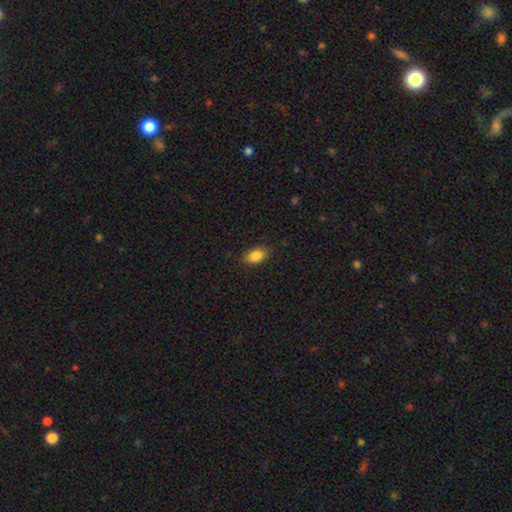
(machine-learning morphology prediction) Overall: smooth (87%). How rounded: in between (90%). Merging: none (87%).